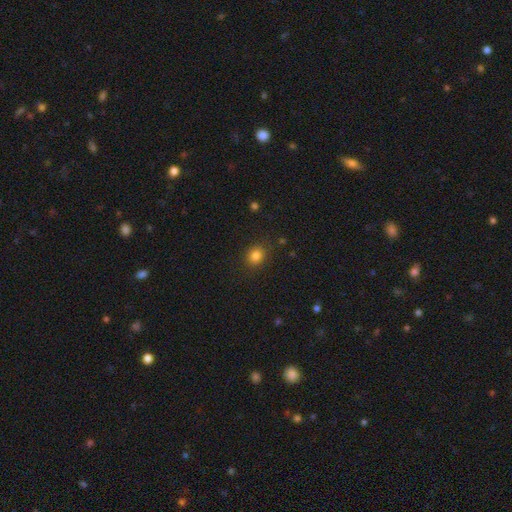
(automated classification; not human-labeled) The model was most divided on "how rounded": round: 73%, in between: 26%, cigar-shaped: 1%. More confident: merging — none (87%); smooth or featured — smooth (84%).